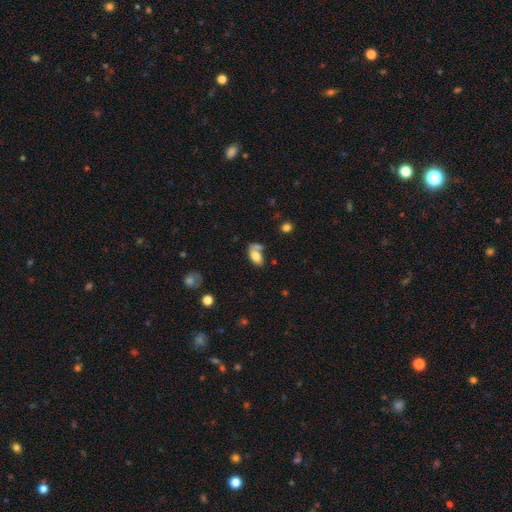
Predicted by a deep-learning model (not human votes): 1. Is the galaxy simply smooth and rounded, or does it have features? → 75% smooth, 17% featured or disk, 8% star or artifact.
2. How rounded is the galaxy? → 91% in between, 5% round, 4% cigar-shaped.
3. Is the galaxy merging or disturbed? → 41% none, 31% merger, 18% minor disturbance, 10% major disturbance.